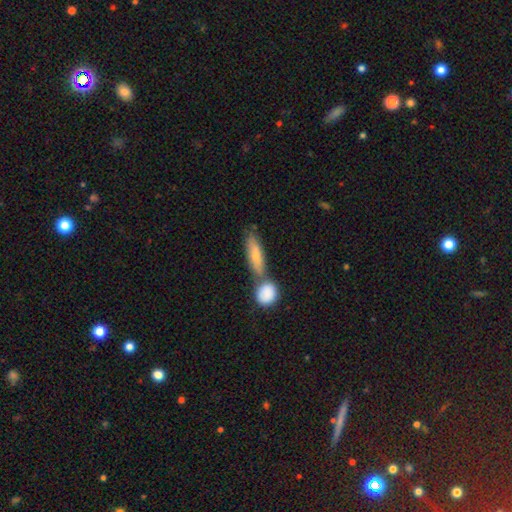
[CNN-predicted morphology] The model was most divided on "merging": none: 46%, merger: 37%, minor disturbance: 13%, major disturbance: 5%. More confident: smooth or featured — smooth (70%); how rounded — cigar-shaped (53%).